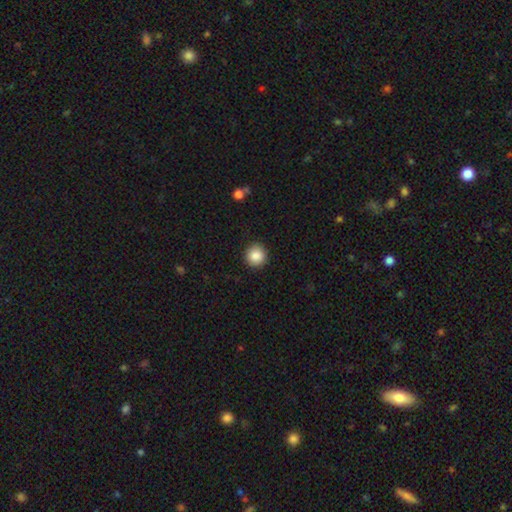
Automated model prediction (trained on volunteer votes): A smooth galaxy with no disk features (87%) that is round (93%). Merging: none (92%).